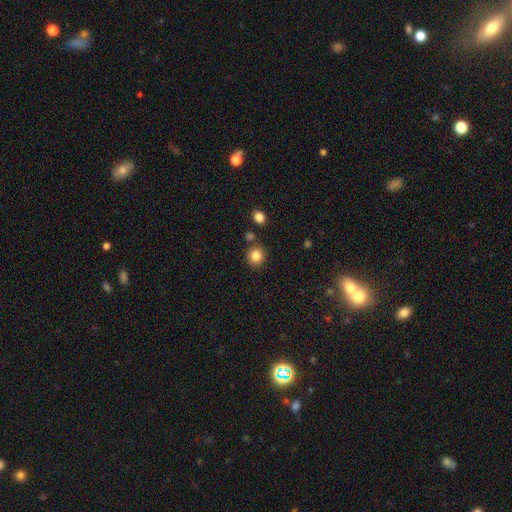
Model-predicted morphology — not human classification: This is clearly a smooth galaxy (84%). How rounded: clearly round (88%). Merging: clearly none (82%).